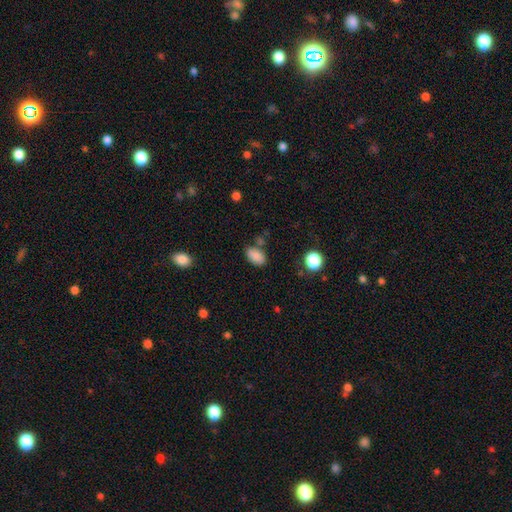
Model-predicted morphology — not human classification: smooth 86%, star or artifact 9%, featured or disk 5%. Down the decision tree: how rounded — in between (89%); merging — none (72%).